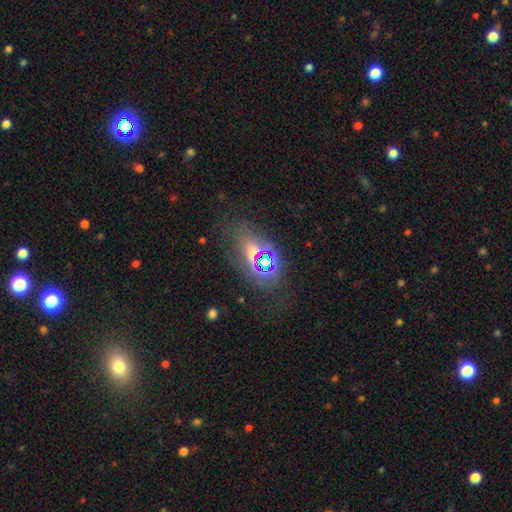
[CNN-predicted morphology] Overall: star or artifact (45%; smooth 34%).